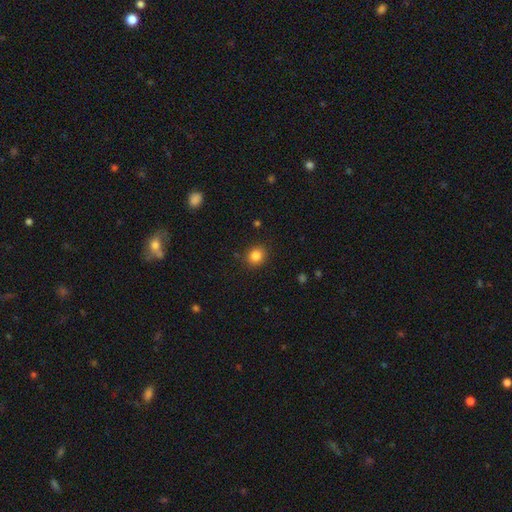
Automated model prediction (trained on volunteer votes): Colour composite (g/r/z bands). It shows a smooth galaxy with no disk features (84%) that is round (80%). Merging: none (89%).